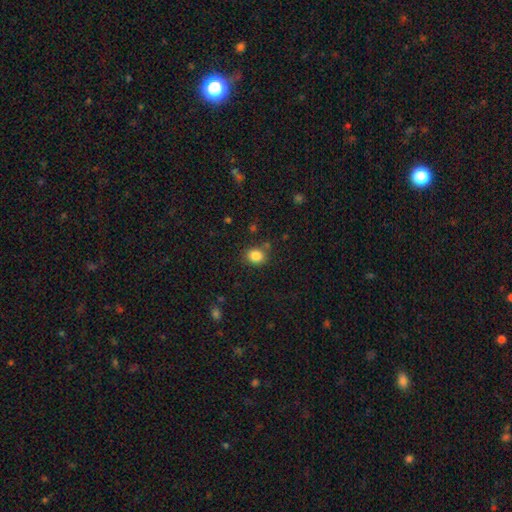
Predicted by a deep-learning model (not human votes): smooth_or_featured: smooth (p=0.85) [alt: star or artifact p=0.11]
how_rounded: round (p=0.61) [alt: in between p=0.38]
merging: none (p=0.77) [alt: minor disturbance p=0.13]